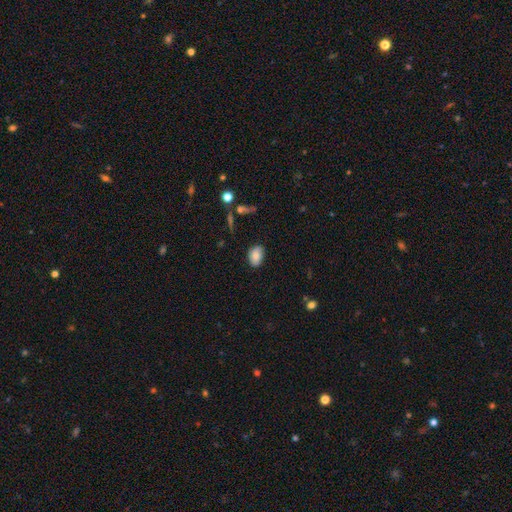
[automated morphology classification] Smooth or featured?
  - smooth: 80% *
  - featured or disk: 12%
  - star or artifact: 9%
How rounded?
  - in between: 83% *
  - round: 16%
  - cigar-shaped: 1%
Merging?
  - none: 79% *
  - minor disturbance: 16%
  - major disturbance: 3%
  - merger: 2%